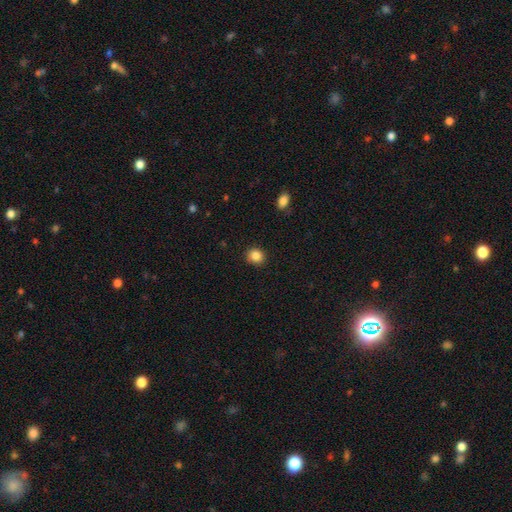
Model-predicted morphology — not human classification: The model was most divided on "how rounded": round: 81%, in between: 18%, cigar-shaped: 1%. More confident: merging — none (90%); smooth or featured — smooth (86%).